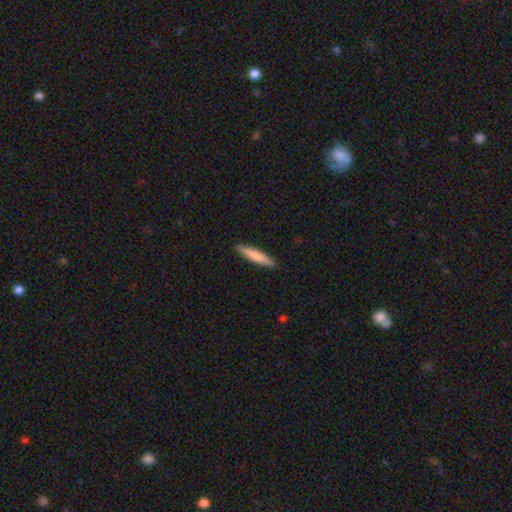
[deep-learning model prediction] Smooth or featured? smooth (75%)
How rounded? cigar-shaped (91%)
Merging? none (90%)